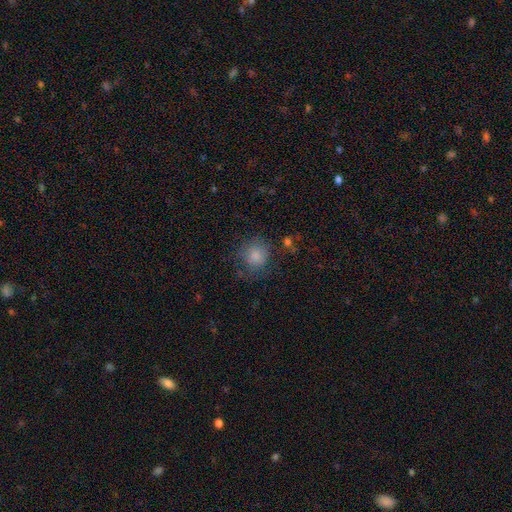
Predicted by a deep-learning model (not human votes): Morphology: type=smooth (82%); roundness=round (86%); merging=none (68%).